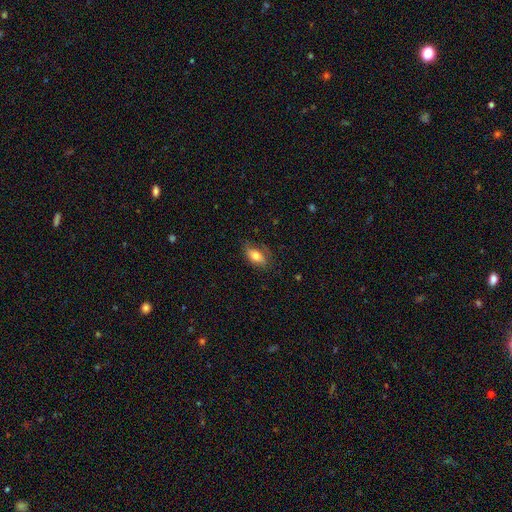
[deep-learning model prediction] smooth_or_featured: smooth (p=0.74) [alt: featured or disk p=0.18]
how_rounded: in between (p=0.85) [alt: cigar-shaped p=0.10]
merging: none (p=0.66) [alt: minor disturbance p=0.24]